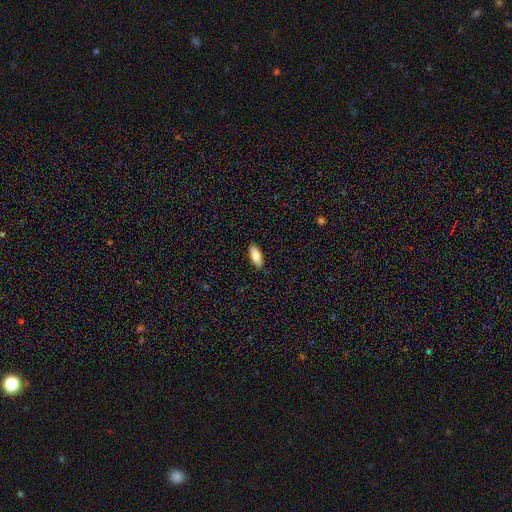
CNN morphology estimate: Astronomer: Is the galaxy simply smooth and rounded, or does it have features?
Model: smooth — 81%.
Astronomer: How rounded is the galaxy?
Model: in between — 84%.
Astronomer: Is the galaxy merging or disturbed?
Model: none — 89%.